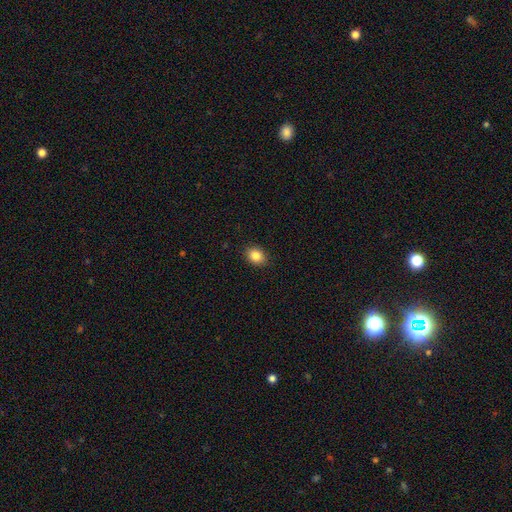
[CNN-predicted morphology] A smooth galaxy with no disk features (85%) that is in between round and cigar-shaped (55%). Merging: none (90%).